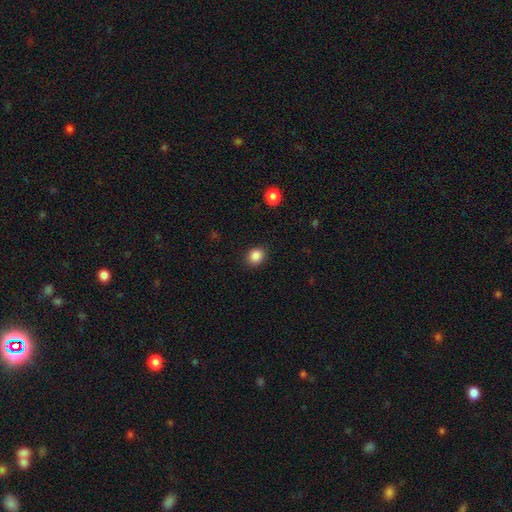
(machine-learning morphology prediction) Smooth or featured?
  - smooth: 87% *
  - star or artifact: 10%
  - featured or disk: 3%
How rounded?
  - round: 66% *
  - in between: 33%
  - cigar-shaped: 1%
Merging?
  - none: 88% *
  - minor disturbance: 8%
  - major disturbance: 3%
  - merger: 1%